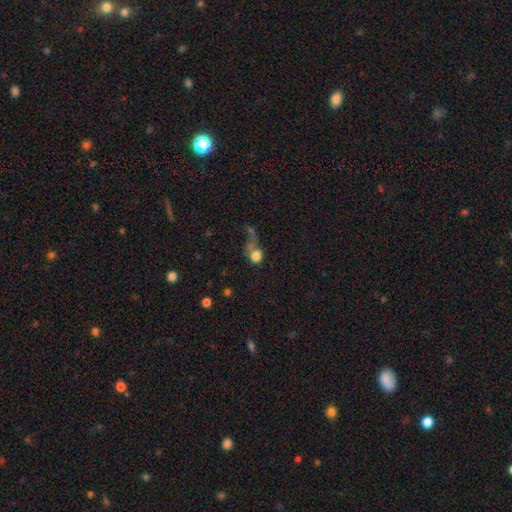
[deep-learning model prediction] A smooth galaxy with no disk features (69%) that is round (64%).

Vote fractions:
- Smooth or featured? smooth: 69% / featured or disk: 18% / star or artifact: 14%
- How rounded? round: 64% / in between: 34% / cigar-shaped: 2%
- Merging? major disturbance: 42% / merger: 26% / none: 20% / minor disturbance: 12%